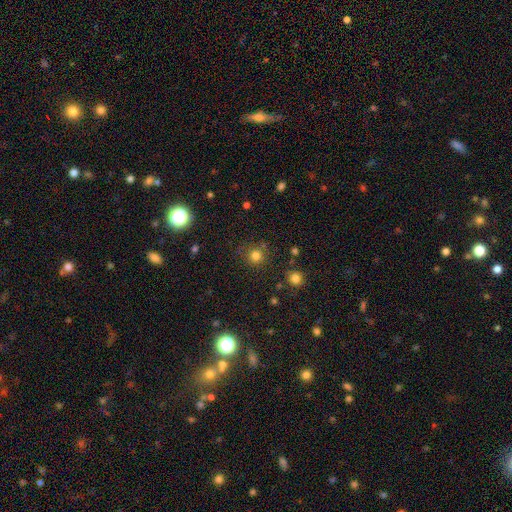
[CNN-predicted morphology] This appears to be a smooth galaxy with no disk features (77%) that is round (93%). Merging: none (82%).